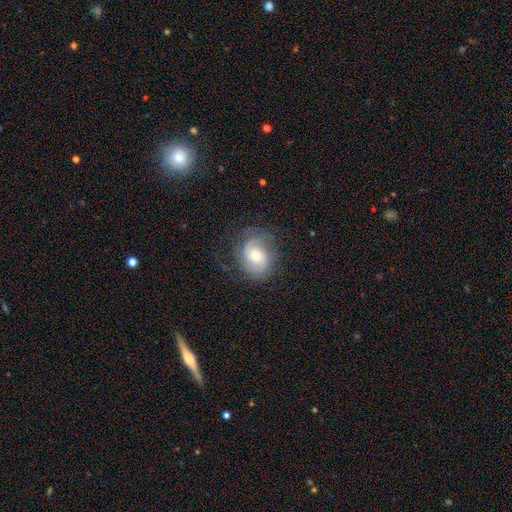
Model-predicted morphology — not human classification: Smooth or featured? Predicted: featured or disk (p=0.75). Edge-on disk? Predicted: no (p=0.97). Bar? Predicted: no (p=0.64). Spiral arms? Predicted: yes (p=0.92). Spiral winding? Predicted: tight (p=0.44). Spiral arm count? Predicted: 2 (p=0.47). Bulge size? Predicted: small (p=0.50). Merging? Predicted: none (p=0.67).